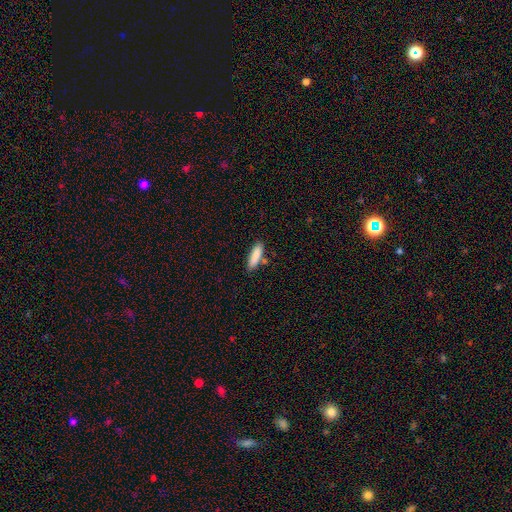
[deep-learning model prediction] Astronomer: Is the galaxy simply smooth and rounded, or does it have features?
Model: smooth — 87%.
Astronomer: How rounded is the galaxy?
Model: cigar-shaped — 61% (runner-up: in between, 37%).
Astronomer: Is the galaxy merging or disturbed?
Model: none — 77%.